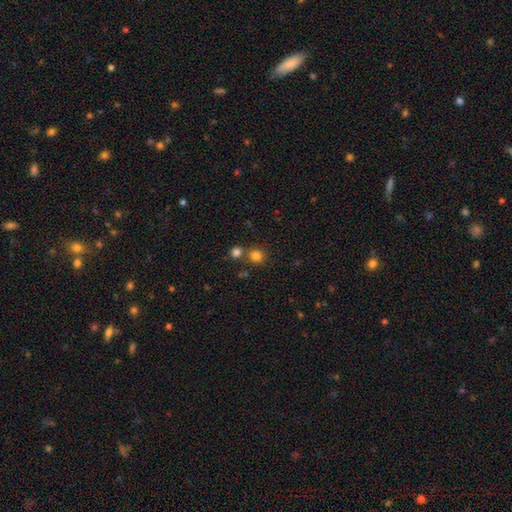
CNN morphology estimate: Smooth or featured?
  - smooth: 80% *
  - star or artifact: 14%
  - featured or disk: 6%
How rounded?
  - round: 85% *
  - in between: 14%
  - cigar-shaped: 1%
Merging?
  - none: 67% *
  - merger: 22%
  - minor disturbance: 8%
  - major disturbance: 3%